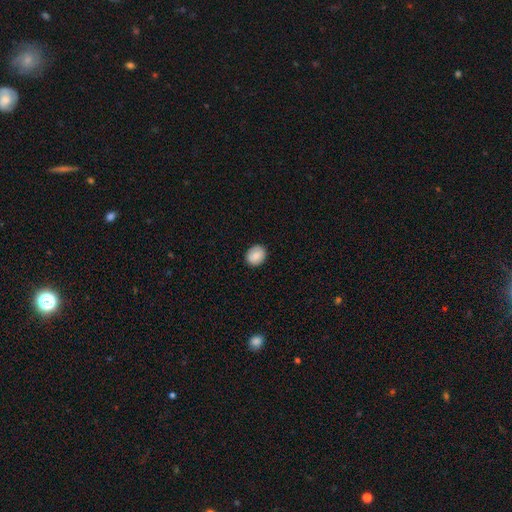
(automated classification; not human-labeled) Smooth or featured? smooth (86%)
How rounded? round (65%)
Merging? none (89%)